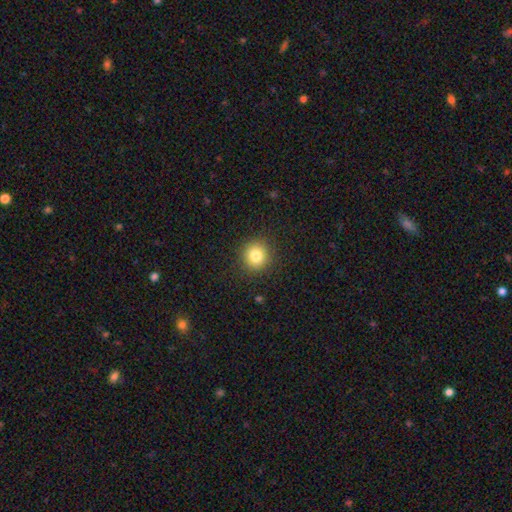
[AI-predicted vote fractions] smooth 82%, star or artifact 11%, featured or disk 7%. Down the decision tree: how rounded — round (90%); merging — none (91%).